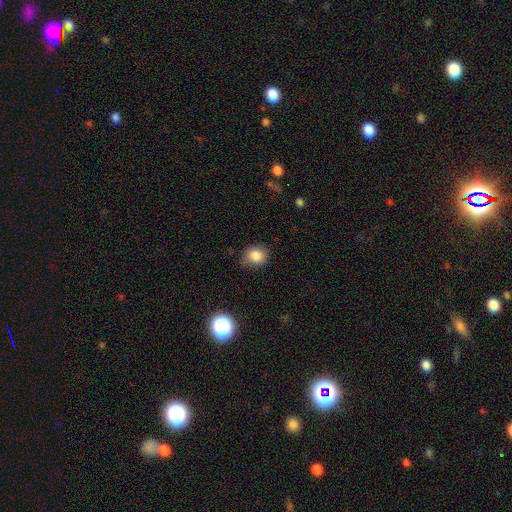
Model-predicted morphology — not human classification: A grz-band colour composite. It shows a smooth galaxy with no disk features (83%) that is round (69%). Merging: none (70%).